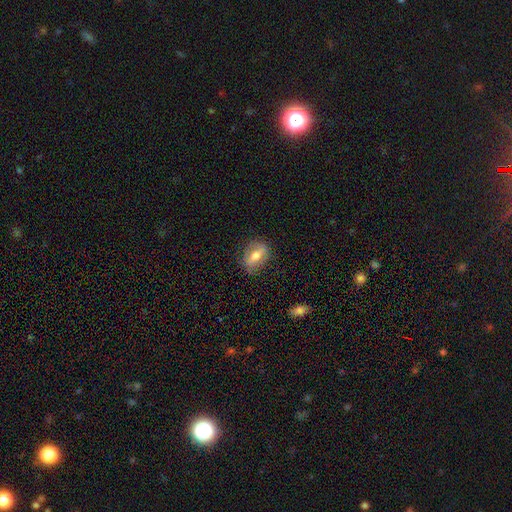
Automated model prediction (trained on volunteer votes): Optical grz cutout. It shows a smooth galaxy with no disk features (47%). Merging: none (79%).